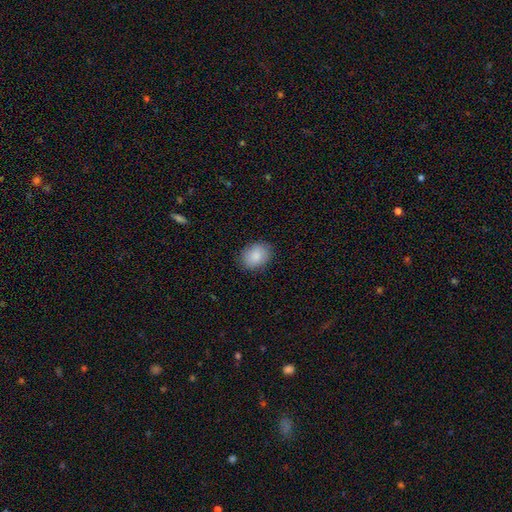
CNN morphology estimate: This appears to be a smooth galaxy with no disk features (87%) that is in between round and cigar-shaped (63%). Merging: none (86%).